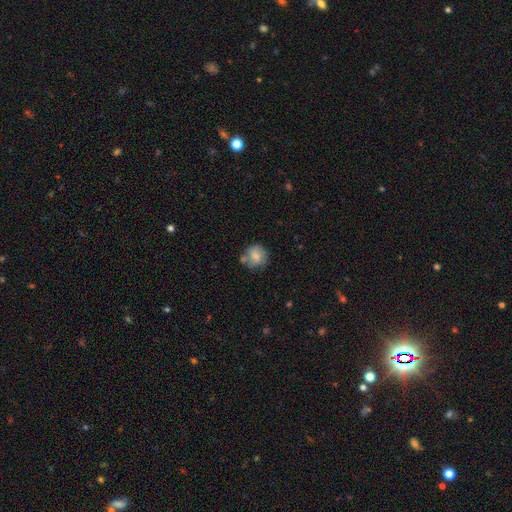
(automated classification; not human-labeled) Smooth or featured? smooth (73%)
How rounded? round (83%)
Merging? none (59%)